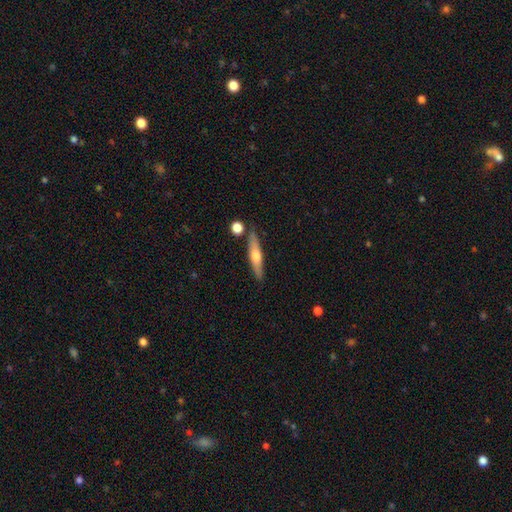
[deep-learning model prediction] A featured or disk galaxy (50%) viewed edge-on (93%).

Vote fractions:
- Smooth or featured? featured or disk: 50% / smooth: 44% / star or artifact: 6%
- Edge-on disk? yes: 93% / no: 7%
- Merging? none: 82% / minor disturbance: 10% / merger: 6% / major disturbance: 2%